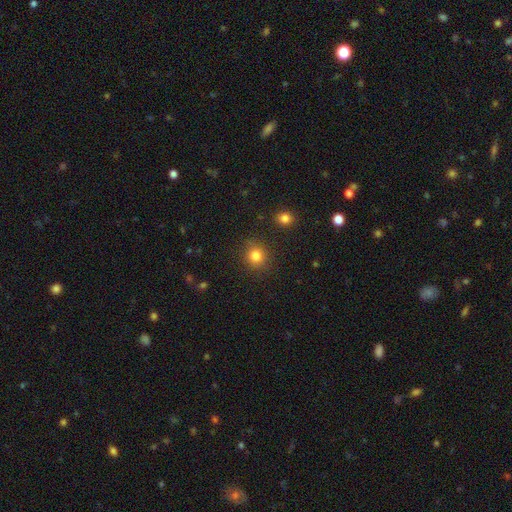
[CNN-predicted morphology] Smooth or featured? Predicted: smooth (p=0.83). How rounded? Predicted: round (p=0.88). Merging? Predicted: none (p=0.87).